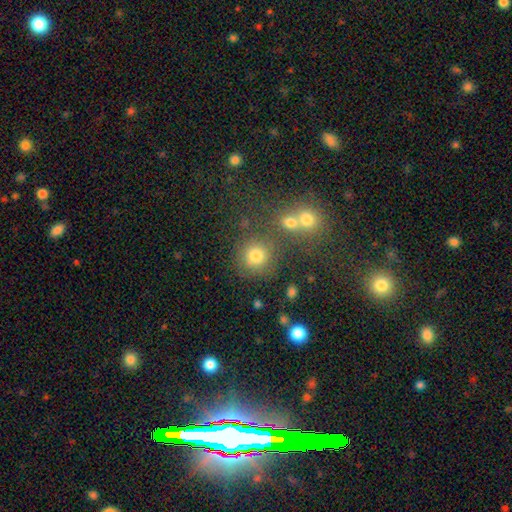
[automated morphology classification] This appears to be a smooth galaxy with no disk features (75%) that is round (88%). Merging: none (68%).